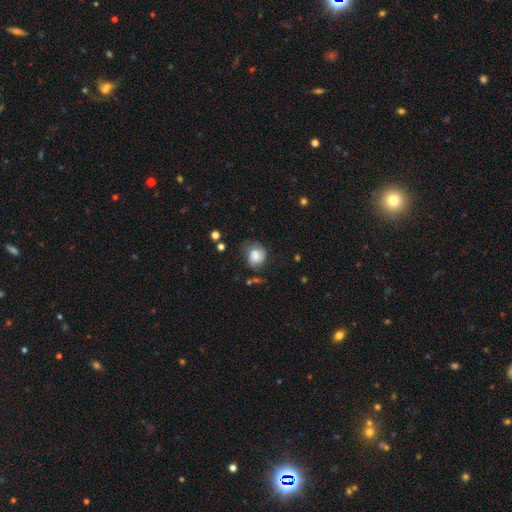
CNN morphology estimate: A smooth galaxy with no disk features (60%) that is round (62%). Merging: none (48%).